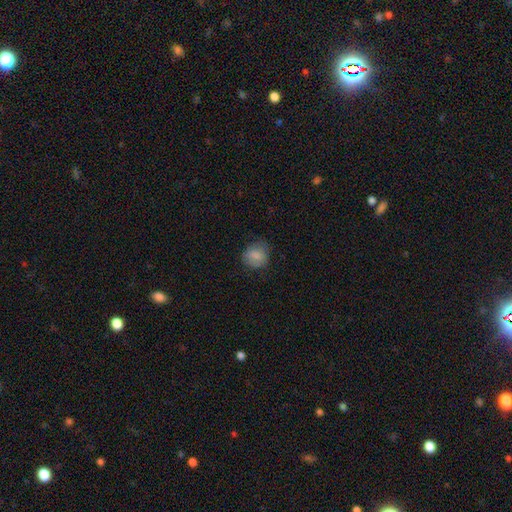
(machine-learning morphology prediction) Smooth or featured? smooth (81%)
How rounded? round (69%)
Merging? none (71%)